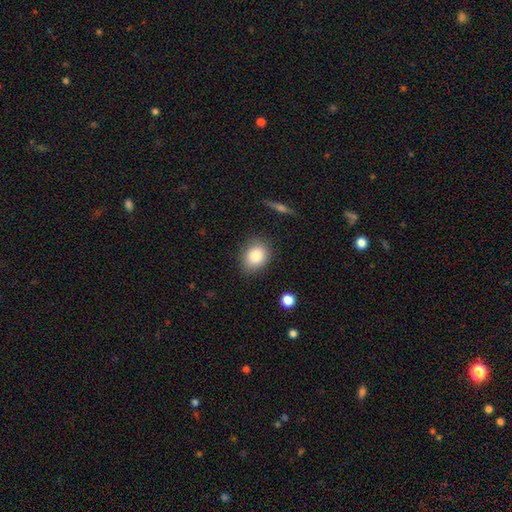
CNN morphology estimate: This appears to be a smooth galaxy with no disk features (84%) that is round (50%). Merging: none (79%).